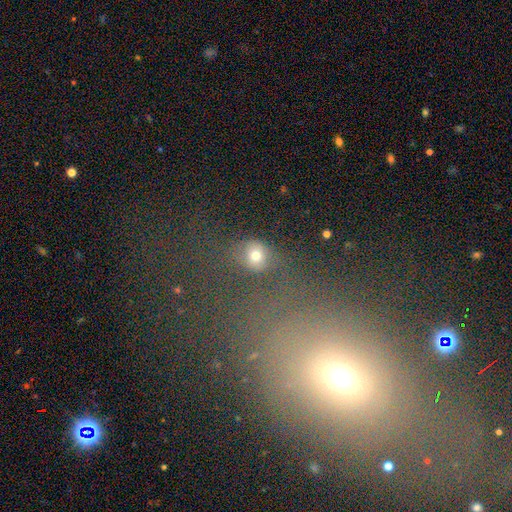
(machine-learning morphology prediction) Overall: smooth (68%). How rounded: round (71%). Merging: none (65%).